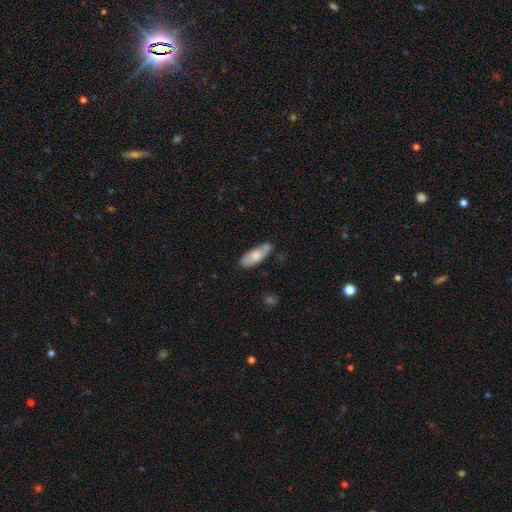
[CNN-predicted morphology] Smooth or featured: smooth — 70% (featured or disk — 24%)
How rounded: in between — 71% (cigar-shaped — 27%)
Merging: none — 61% (minor disturbance — 27%)